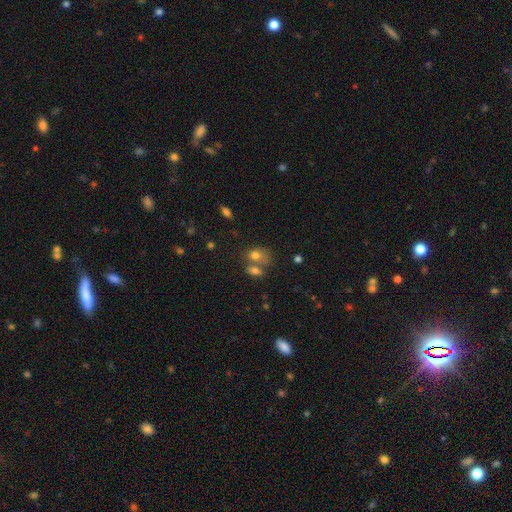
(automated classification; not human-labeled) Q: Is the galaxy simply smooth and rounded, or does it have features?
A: smooth — 76%.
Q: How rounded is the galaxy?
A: in between — 68%.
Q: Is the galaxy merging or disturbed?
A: merger — 46%.